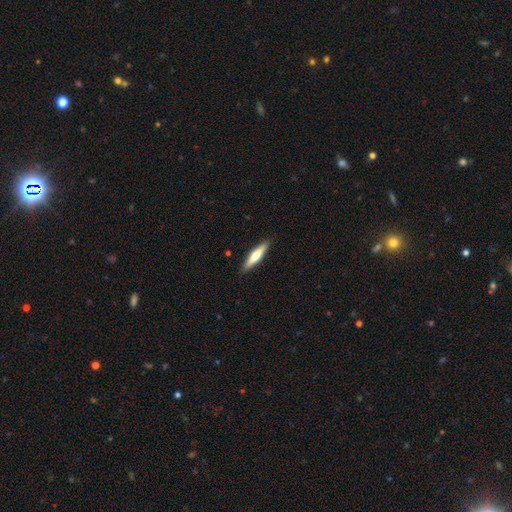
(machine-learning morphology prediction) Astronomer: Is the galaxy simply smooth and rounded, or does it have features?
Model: smooth — 56% (runner-up: featured or disk, 39%).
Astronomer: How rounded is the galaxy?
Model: cigar-shaped — 82%.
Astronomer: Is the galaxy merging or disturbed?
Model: none — 90%.